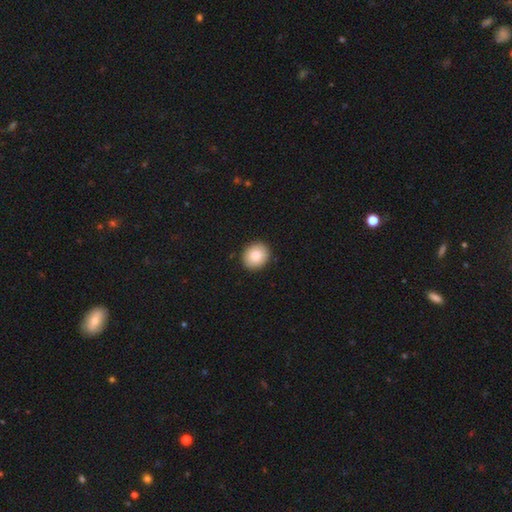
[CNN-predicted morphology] Overall: smooth (85%). How rounded: round (67%; in between 32%). Merging: none (91%).